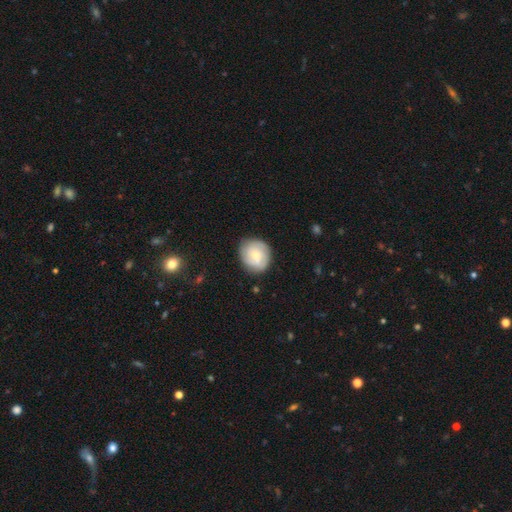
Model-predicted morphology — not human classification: This is possibly a smooth galaxy (48%). Merging: likely none (79%).